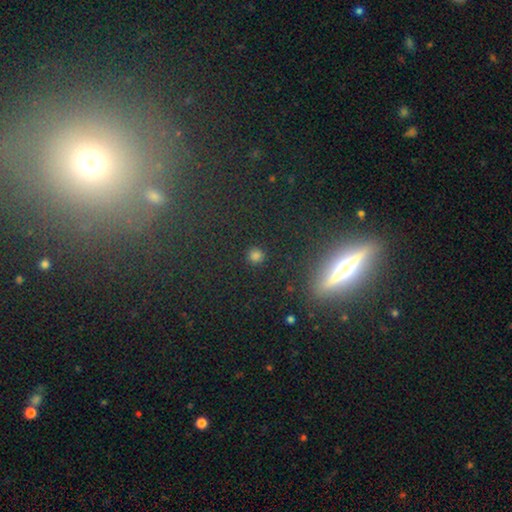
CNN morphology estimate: smooth 74%, star or artifact 21%, featured or disk 5%. Down the decision tree: how rounded — round (91%); merging — none (90%).